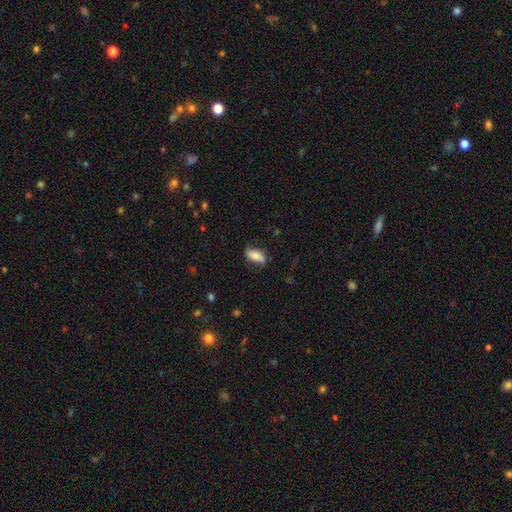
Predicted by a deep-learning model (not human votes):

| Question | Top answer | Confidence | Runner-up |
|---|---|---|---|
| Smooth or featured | smooth | 70% | featured or disk (23%) |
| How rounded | in between | 86% | cigar-shaped (10%) |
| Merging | none | 70% | minor disturbance (22%) |